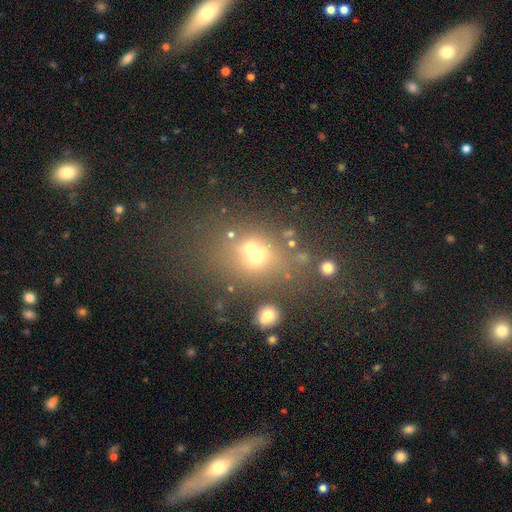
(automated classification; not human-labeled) The model was most divided on "merging": none: 48%, merger: 33%, minor disturbance: 11%, major disturbance: 8%. More confident: how rounded — round (59%); smooth or featured — smooth (55%).